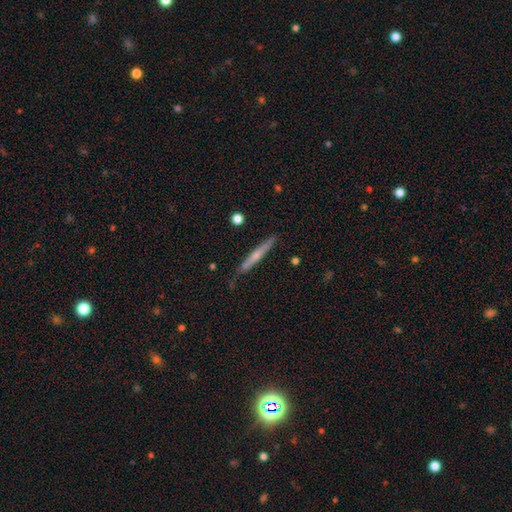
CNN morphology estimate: A featured or disk galaxy (55%) viewed edge-on (96%) with a rounded central bulge (58%). Merging: none (84%).